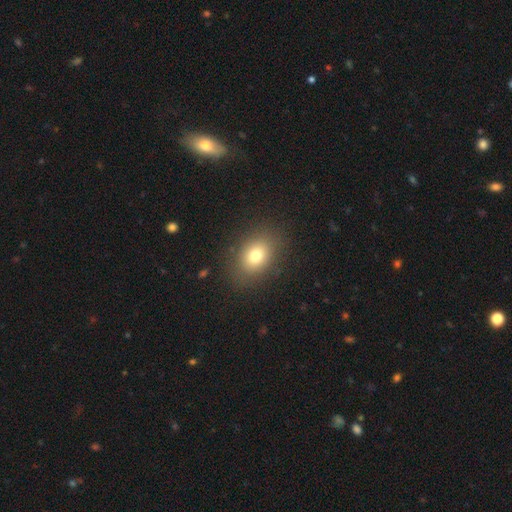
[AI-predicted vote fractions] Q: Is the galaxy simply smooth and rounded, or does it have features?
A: smooth — 76%.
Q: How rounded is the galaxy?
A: in between — 66%.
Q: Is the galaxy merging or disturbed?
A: none — 85%.